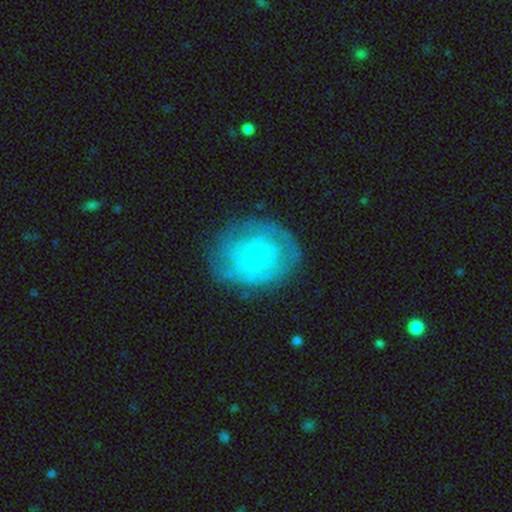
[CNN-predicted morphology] smooth_or_featured: featured or disk (p=0.69) [alt: smooth p=0.24]
disk_edge_on: no (p=0.97) [alt: yes p=0.03]
bar: no (p=0.79) [alt: weak p=0.18]
has_spiral_arms: yes (p=0.77) [alt: no p=0.23]
spiral_winding: tight (p=0.69) [alt: medium p=0.23]
spiral_arm_count: can't tell (p=0.51) [alt: 2 p=0.20]
bulge_size: small (p=0.83) [alt: moderate p=0.11]
merging: none (p=0.73) [alt: minor disturbance p=0.18]